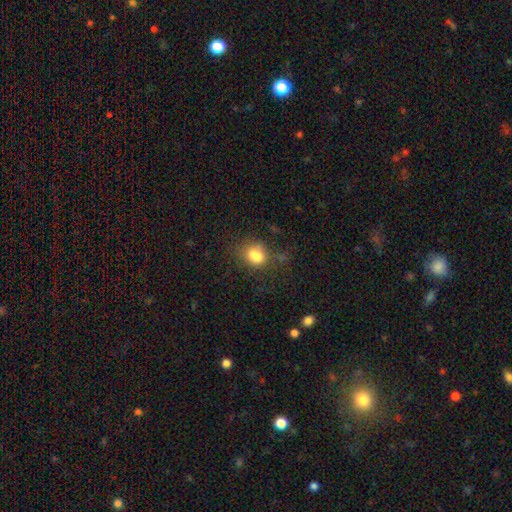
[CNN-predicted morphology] Smooth or featured?
  - smooth: 81% *
  - star or artifact: 11%
  - featured or disk: 8%
How rounded?
  - in between: 55% *
  - round: 43%
  - cigar-shaped: 1%
Merging?
  - none: 59% *
  - minor disturbance: 23%
  - major disturbance: 13%
  - merger: 5%